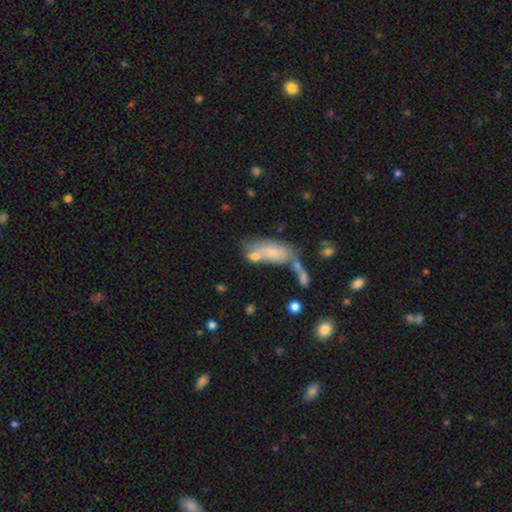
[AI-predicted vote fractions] Q: Smooth or featured?
A: smooth (41%); runner-up: featured or disk (31%)
Q: Merging?
A: none (35%); runner-up: merger (28%)